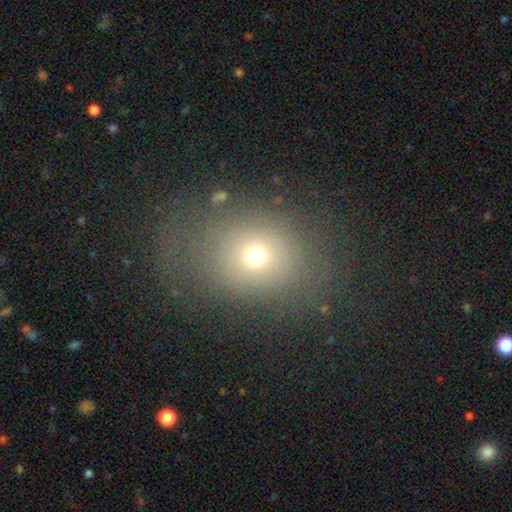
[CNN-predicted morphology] smooth-or-featured: smooth: 64% | star or artifact: 20% | featured or disk: 16%
  how-rounded: round: 53% | in between: 46% | cigar-shaped: 1%
  merging: none: 70% | minor disturbance: 16% | major disturbance: 12% | merger: 2%